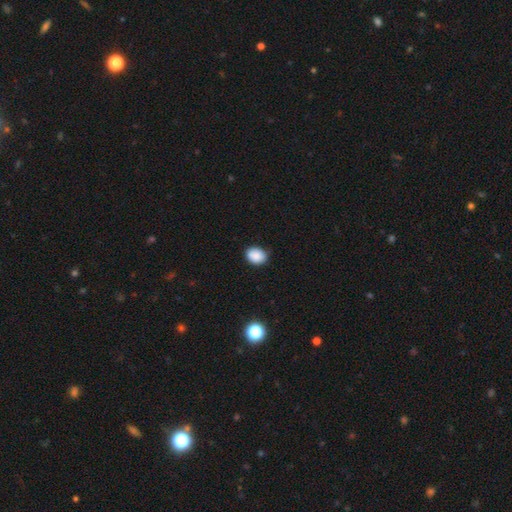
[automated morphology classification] A smooth galaxy with no disk features (87%) that is in between round and cigar-shaped (59%).

Vote fractions:
- Smooth or featured? smooth: 87% / star or artifact: 9% / featured or disk: 4%
- How rounded? in between: 59% / round: 40% / cigar-shaped: 1%
- Merging? none: 83% / minor disturbance: 13% / major disturbance: 2% / merger: 1%